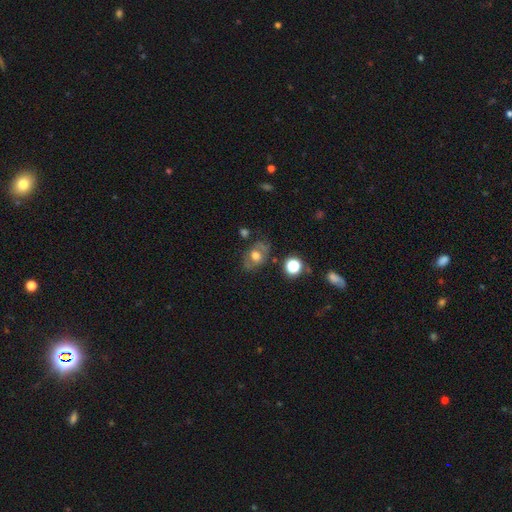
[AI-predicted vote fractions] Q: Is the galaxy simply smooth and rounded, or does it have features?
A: smooth — 56%.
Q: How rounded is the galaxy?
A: in between — 64%.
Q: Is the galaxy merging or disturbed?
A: none — 66%.